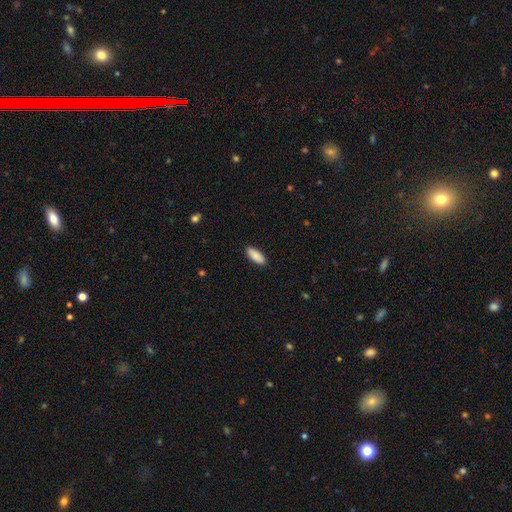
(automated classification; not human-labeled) This is clearly a smooth galaxy (90%). How rounded: likely in between (79%). Merging: clearly none (90%).